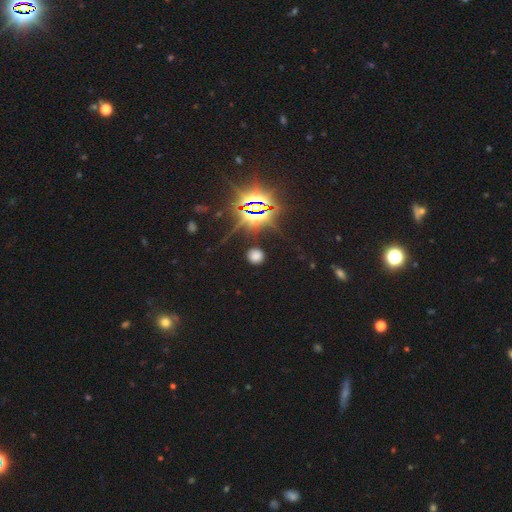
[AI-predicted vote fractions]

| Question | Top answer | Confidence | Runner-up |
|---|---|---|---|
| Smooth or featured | smooth | 59% | star or artifact (34%) |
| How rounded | round | 88% | in between (10%) |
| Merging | none | 85% | minor disturbance (9%) |